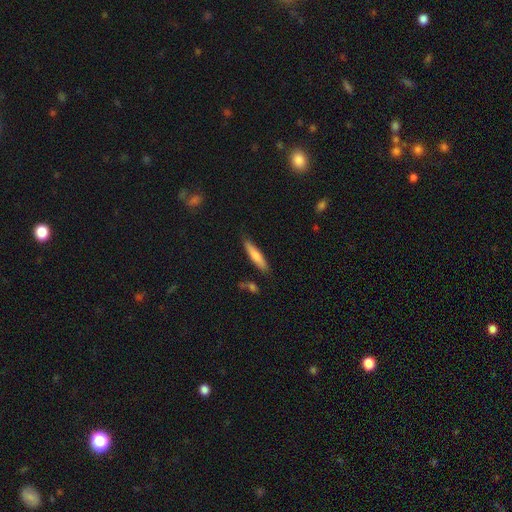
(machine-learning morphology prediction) smooth_or_featured: smooth (p=0.76) [alt: featured or disk p=0.18]
how_rounded: cigar-shaped (p=0.84) [alt: in between p=0.15]
merging: none (p=0.81) [alt: minor disturbance p=0.14]